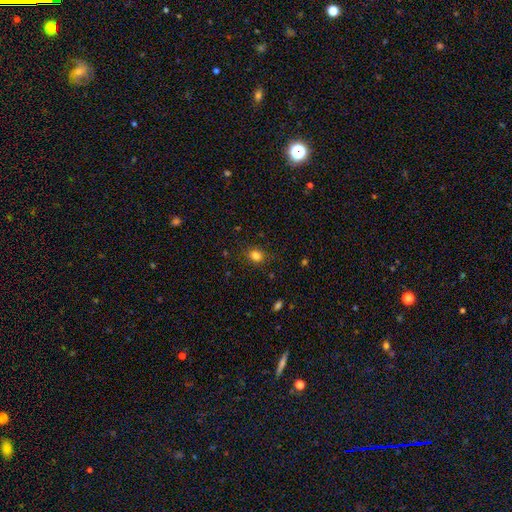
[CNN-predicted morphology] smooth_or_featured: smooth (p=0.81) [alt: star or artifact p=0.14]
how_rounded: round (p=0.61) [alt: in between p=0.38]
merging: none (p=0.82) [alt: minor disturbance p=0.13]